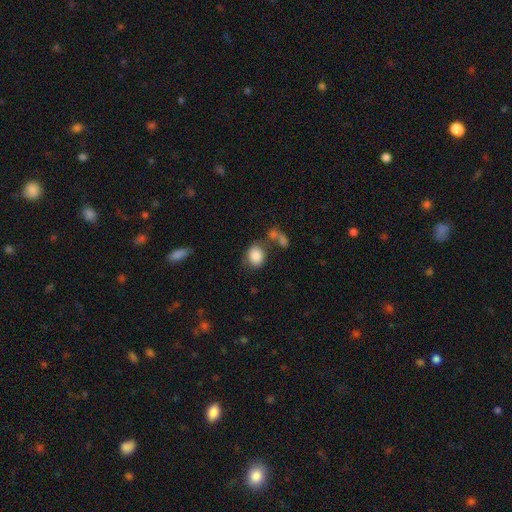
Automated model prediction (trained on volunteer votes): Smooth or featured? smooth (85%)
How rounded? round (53%)
Merging? none (59%)